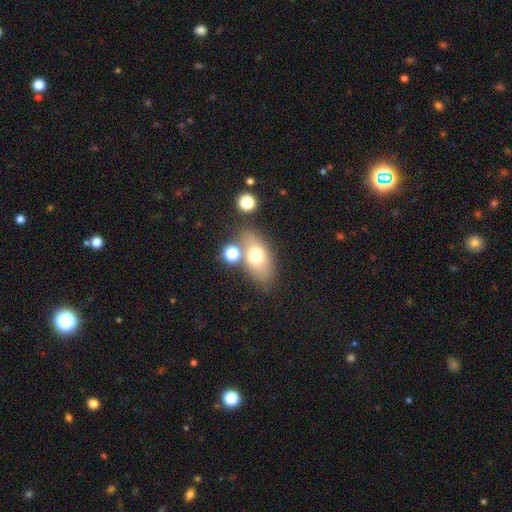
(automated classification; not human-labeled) Smooth or featured: smooth — 67% (featured or disk — 22%)
How rounded: in between — 83% (round — 12%)
Merging: none — 68% (minor disturbance — 14%)